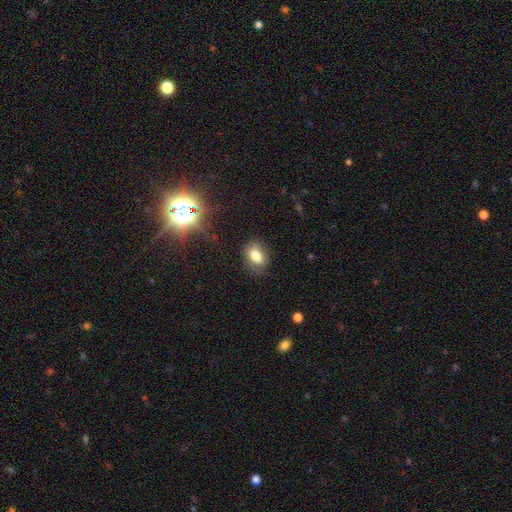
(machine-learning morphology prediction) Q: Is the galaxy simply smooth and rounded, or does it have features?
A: smooth — 77%.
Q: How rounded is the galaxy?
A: in between — 79%.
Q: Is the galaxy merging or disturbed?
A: none — 77%.